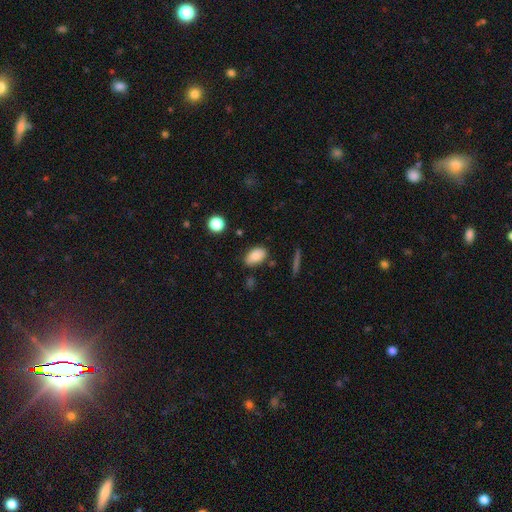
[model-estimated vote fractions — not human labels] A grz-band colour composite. It shows a smooth galaxy with no disk features (84%) that is in between round and cigar-shaped (90%). Merging: none (74%).